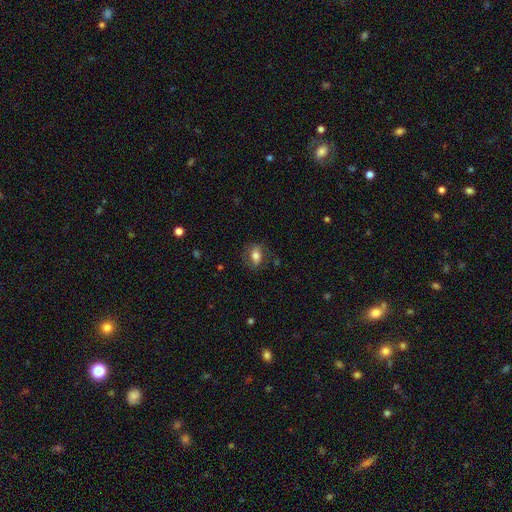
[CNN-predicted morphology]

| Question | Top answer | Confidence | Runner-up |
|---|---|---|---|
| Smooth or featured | smooth | 67% | featured or disk (24%) |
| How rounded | in between | 77% | round (18%) |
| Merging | none | 72% | minor disturbance (18%) |